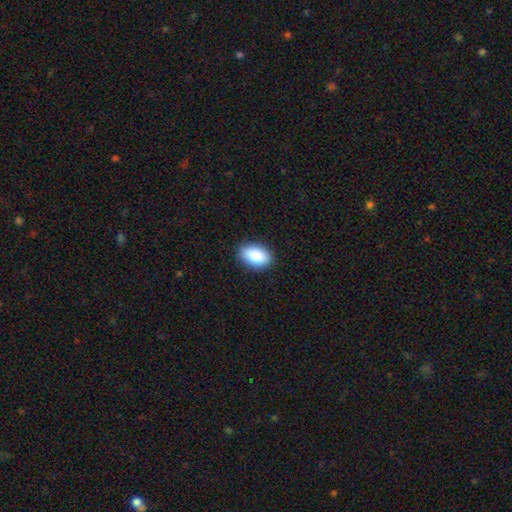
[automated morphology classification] The model was most divided on "merging": none: 88%, minor disturbance: 9%, major disturbance: 2%, merger: 1%. More confident: how rounded — in between (92%); smooth or featured — smooth (88%).